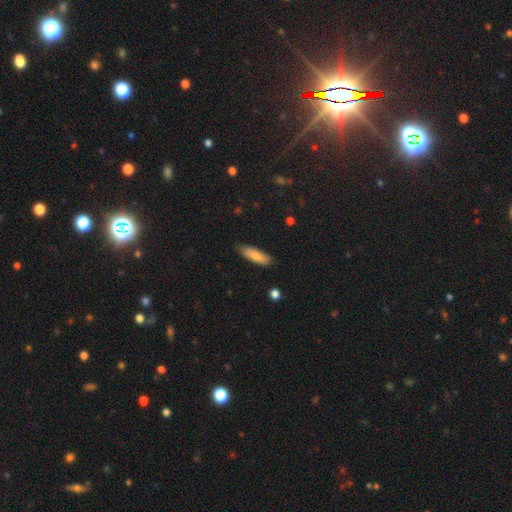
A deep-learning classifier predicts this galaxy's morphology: Q: Smooth or featured?
A: smooth (79%); runner-up: featured or disk (15%)
Q: How rounded?
A: cigar-shaped (54%); runner-up: in between (44%)
Q: Merging?
A: none (82%); runner-up: minor disturbance (15%)